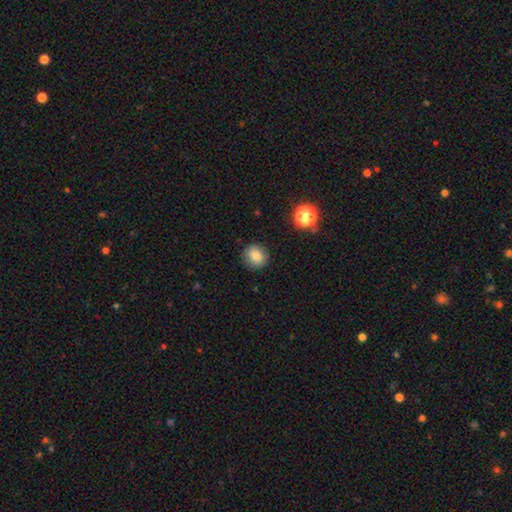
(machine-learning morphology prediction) The model was most divided on "how rounded": round: 74%, in between: 25%, cigar-shaped: 1%. More confident: merging — none (86%); smooth or featured — smooth (82%).